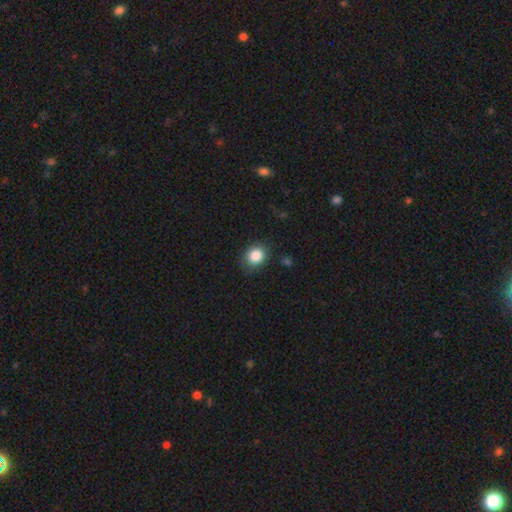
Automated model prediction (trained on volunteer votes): Smooth or featured?
  - smooth: 85% *
  - star or artifact: 9%
  - featured or disk: 5%
How rounded?
  - round: 66% *
  - in between: 34%
  - cigar-shaped: 1%
Merging?
  - none: 80% *
  - minor disturbance: 15%
  - major disturbance: 4%
  - merger: 2%